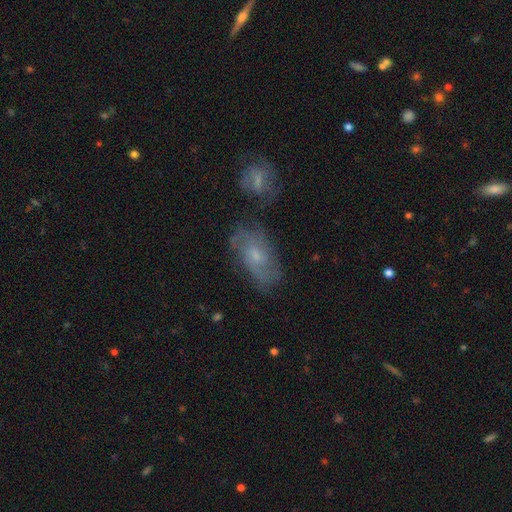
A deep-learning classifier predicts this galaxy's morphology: Smooth or featured: featured or disk — 64% (smooth — 27%)
Edge-on disk: no — 94% (yes — 6%)
Bar: no — 64% (weak — 32%)
Spiral arms: yes — 84% (no — 16%)
Spiral winding: medium — 45% (tight — 34%)
Spiral arm count: 2 — 42% (can't tell — 36%)
Bulge size: small — 58% (moderate — 33%)
Merging: none — 64% (minor disturbance — 20%)